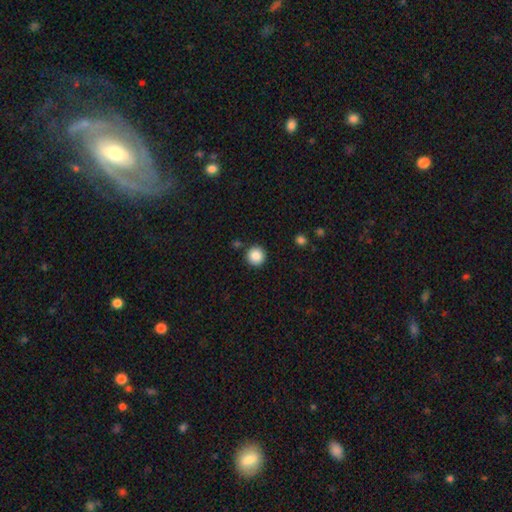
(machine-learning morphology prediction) Smooth or featured? smooth (87%)
How rounded? round (96%)
Merging? none (90%)